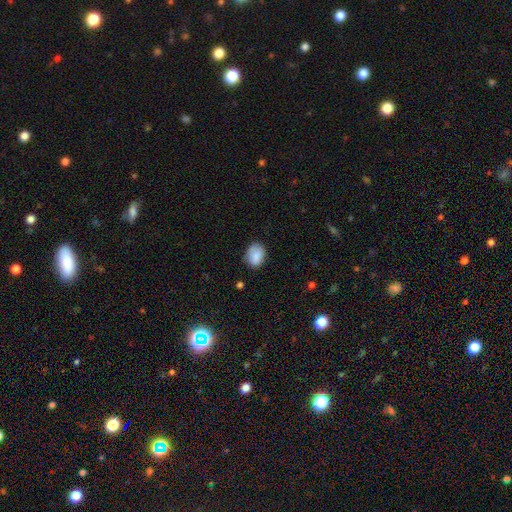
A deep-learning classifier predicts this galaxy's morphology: Smooth or featured? Predicted: smooth (p=0.86). How rounded? Predicted: in between (p=0.64). Merging? Predicted: none (p=0.74).